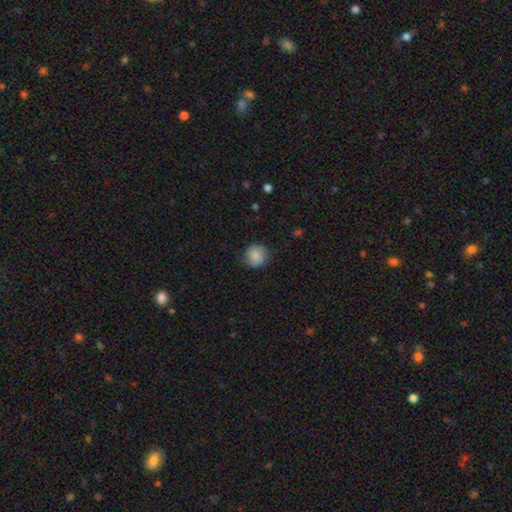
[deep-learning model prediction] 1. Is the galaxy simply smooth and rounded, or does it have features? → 85% smooth, 8% star or artifact, 7% featured or disk.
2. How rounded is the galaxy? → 88% round, 11% in between, 1% cigar-shaped.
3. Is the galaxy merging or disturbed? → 77% none, 18% minor disturbance, 4% major disturbance, 1% merger.